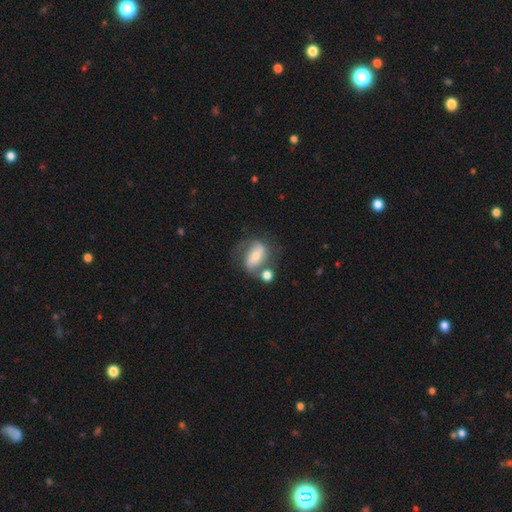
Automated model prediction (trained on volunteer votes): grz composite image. It shows a featured or disk galaxy (54%). Merging: none (45%).